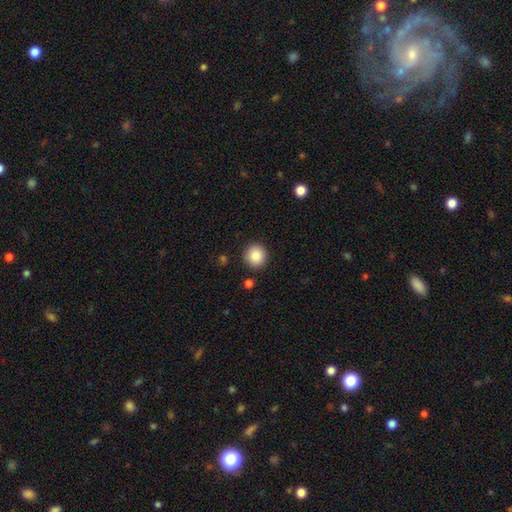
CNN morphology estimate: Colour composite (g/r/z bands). It shows a smooth galaxy with no disk features (87%) that is round (93%). Merging: none (90%).